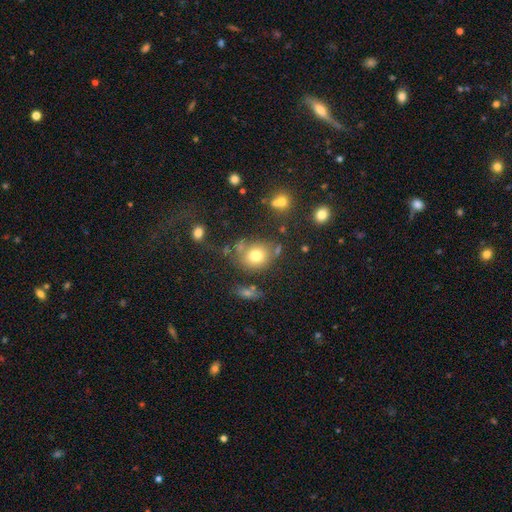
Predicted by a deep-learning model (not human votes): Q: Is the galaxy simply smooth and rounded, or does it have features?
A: smooth — 76%.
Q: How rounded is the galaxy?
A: round — 66%.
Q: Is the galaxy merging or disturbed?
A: none — 65%.